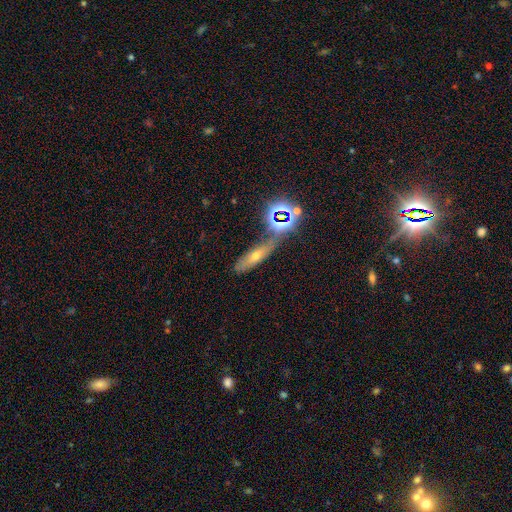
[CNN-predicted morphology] smooth-or-featured: smooth: 41% | featured or disk: 31% | star or artifact: 28%
  merging: none: 59% | minor disturbance: 17% | merger: 16% | major disturbance: 8%